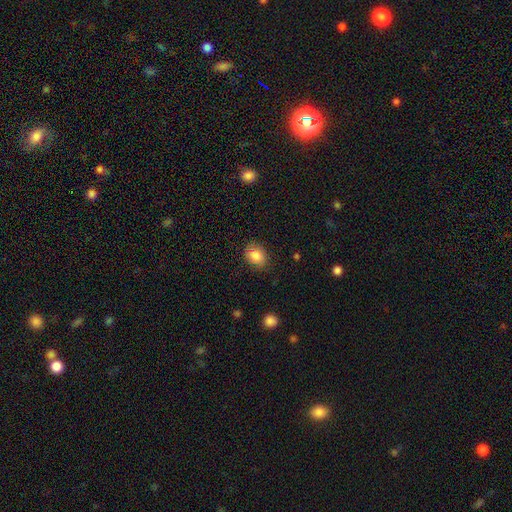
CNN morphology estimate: This is clearly a smooth galaxy (84%). How rounded: possibly in between (56%). Merging: likely none (80%).